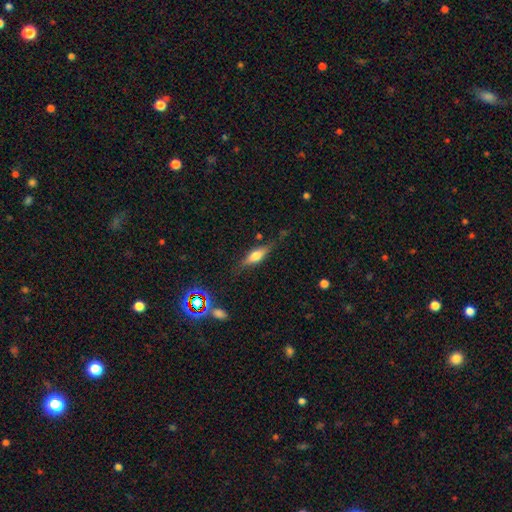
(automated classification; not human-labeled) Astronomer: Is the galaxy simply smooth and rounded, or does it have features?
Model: smooth — 46% (runner-up: featured or disk, 45%).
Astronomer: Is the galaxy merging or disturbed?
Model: none — 74%.